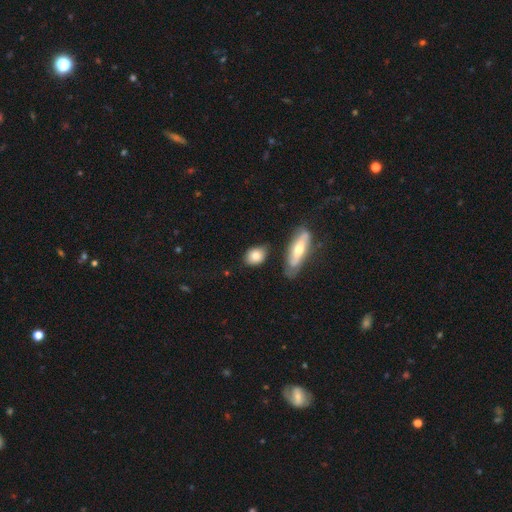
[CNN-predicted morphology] Q: Smooth or featured?
A: smooth (77%); runner-up: featured or disk (15%)
Q: How rounded?
A: in between (63%); runner-up: round (32%)
Q: Merging?
A: none (71%); runner-up: minor disturbance (16%)